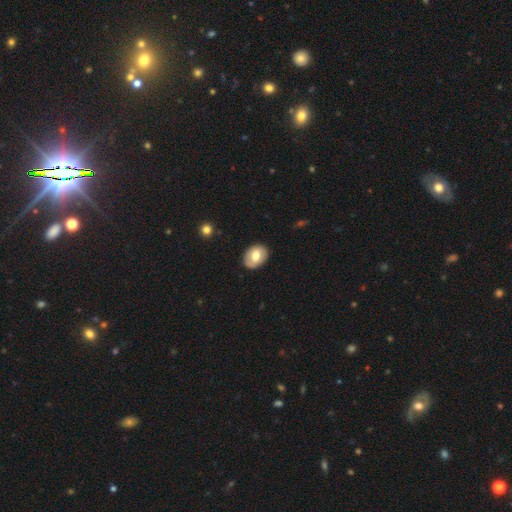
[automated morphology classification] Smooth or featured?
  - smooth: 70% *
  - featured or disk: 23%
  - star or artifact: 7%
How rounded?
  - in between: 73% *
  - round: 26%
  - cigar-shaped: 1%
Merging?
  - none: 85% *
  - minor disturbance: 12%
  - major disturbance: 2%
  - merger: 1%